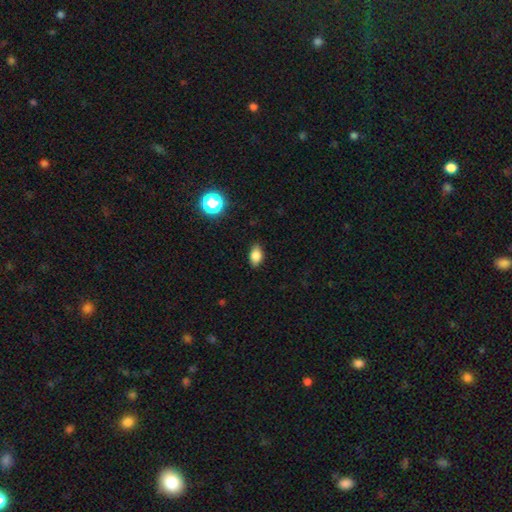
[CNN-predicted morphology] smooth_or_featured: smooth (p=0.82) [alt: star or artifact p=0.11]
how_rounded: in between (p=0.85) [alt: round p=0.13]
merging: none (p=0.82) [alt: minor disturbance p=0.14]